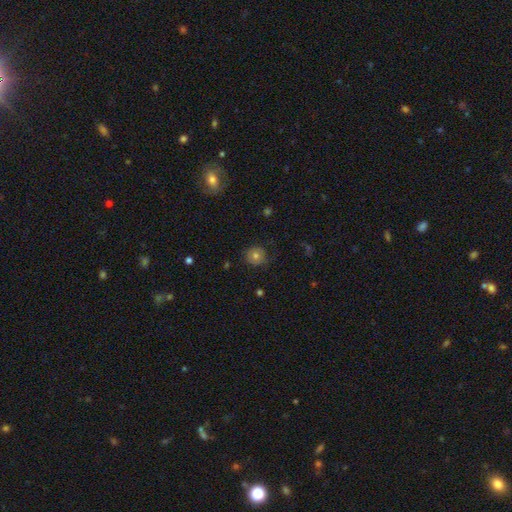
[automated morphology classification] Q: Smooth or featured?
A: smooth (75%); runner-up: featured or disk (14%)
Q: How rounded?
A: round (89%); runner-up: in between (10%)
Q: Merging?
A: none (81%); runner-up: minor disturbance (14%)